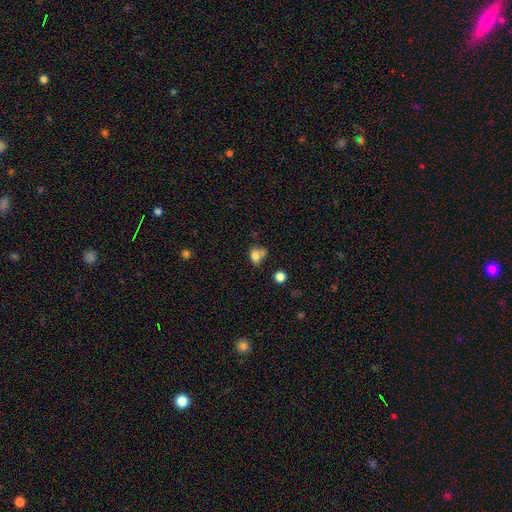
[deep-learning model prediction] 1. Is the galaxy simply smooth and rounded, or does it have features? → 76% smooth, 12% featured or disk, 12% star or artifact.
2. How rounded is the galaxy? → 56% in between, 43% round, 2% cigar-shaped.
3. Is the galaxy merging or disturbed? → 41% none, 31% merger, 19% minor disturbance, 9% major disturbance.